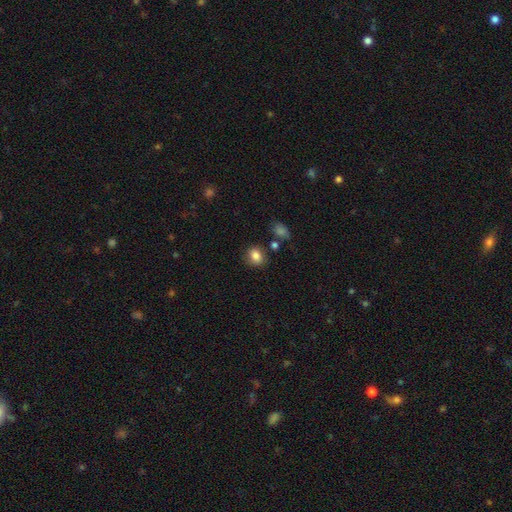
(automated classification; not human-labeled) smooth-or-featured: smooth: 84% | star or artifact: 10% | featured or disk: 6%
  how-rounded: round: 52% | in between: 47% | cigar-shaped: 1%
  merging: none: 79% | minor disturbance: 13% | merger: 5% | major disturbance: 3%